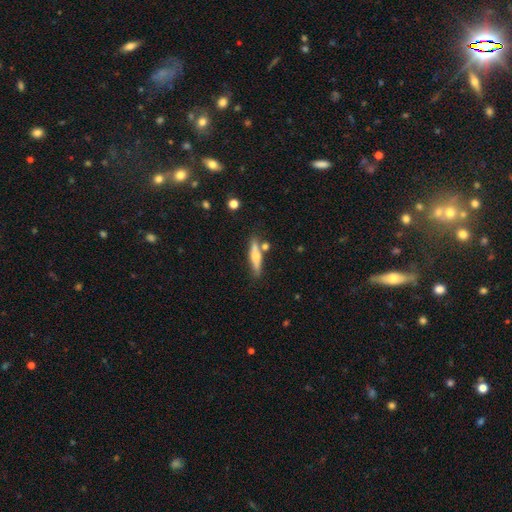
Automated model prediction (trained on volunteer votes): smooth_or_featured: smooth (p=0.53) [alt: featured or disk p=0.41]
how_rounded: cigar-shaped (p=0.81) [alt: in between p=0.17]
merging: none (p=0.73) [alt: minor disturbance p=0.13]